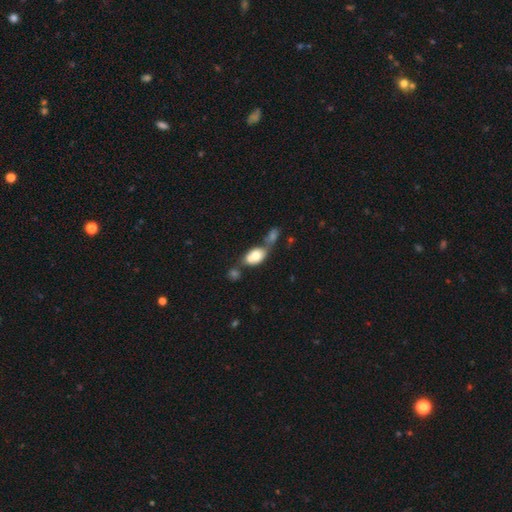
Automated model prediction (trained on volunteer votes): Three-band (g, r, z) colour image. It shows a smooth galaxy with no disk features (71%) that is in between round and cigar-shaped (77%). Merging: merger (54%).